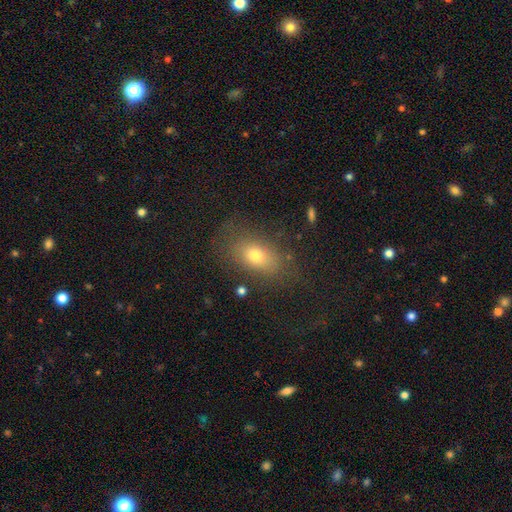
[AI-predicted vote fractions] Q: Smooth or featured?
A: smooth (72%); runner-up: featured or disk (16%)
Q: How rounded?
A: in between (83%); runner-up: round (14%)
Q: Merging?
A: none (75%); runner-up: minor disturbance (15%)